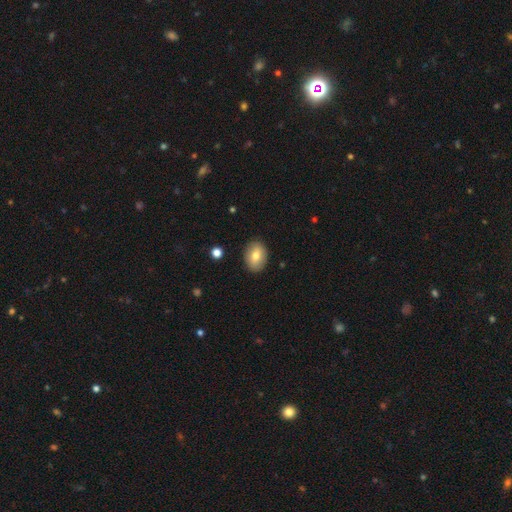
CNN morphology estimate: smooth-or-featured: smooth: 76% | featured or disk: 16% | star or artifact: 8%
  how-rounded: in between: 76% | round: 23% | cigar-shaped: 1%
  merging: none: 88% | minor disturbance: 9% | major disturbance: 2% | merger: 1%